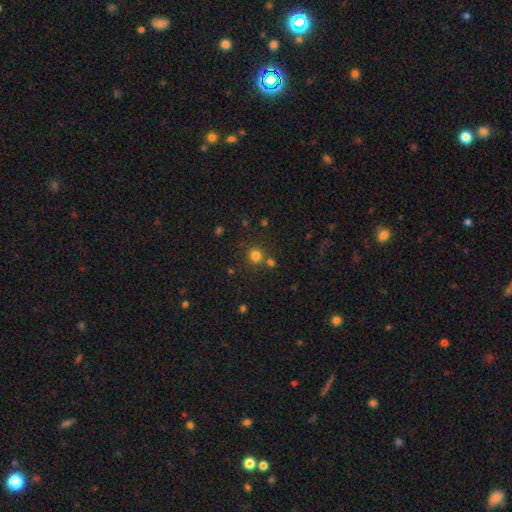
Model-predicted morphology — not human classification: Smooth or featured? Predicted: smooth (p=0.79). How rounded? Predicted: round (p=0.94). Merging? Predicted: none (p=0.78).